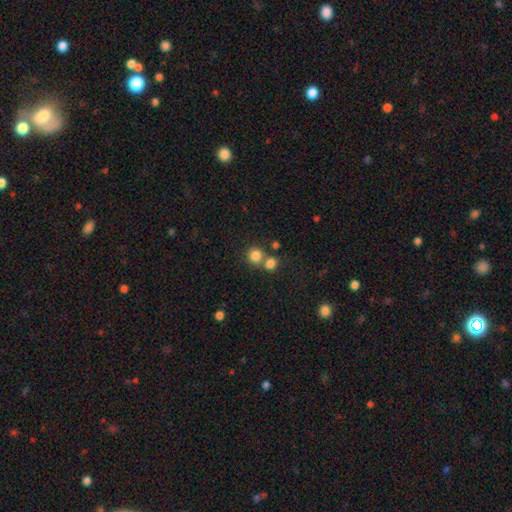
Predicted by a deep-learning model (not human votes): This appears to be a smooth galaxy with no disk features (81%) that is round (89%). Merging: none (58%).